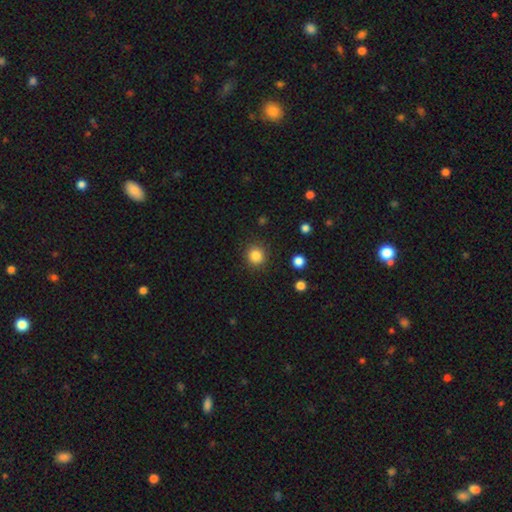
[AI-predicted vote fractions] Smooth or featured? smooth (85%)
How rounded? round (92%)
Merging? none (89%)